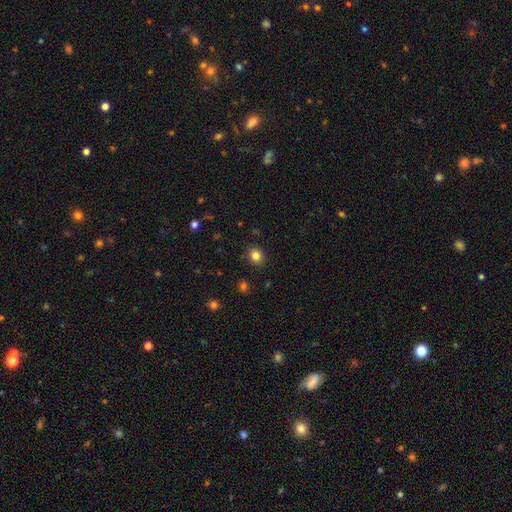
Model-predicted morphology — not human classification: Smooth or featured?
  - smooth: 82% *
  - star or artifact: 13%
  - featured or disk: 5%
How rounded?
  - round: 75% *
  - in between: 25%
  - cigar-shaped: 1%
Merging?
  - none: 89% *
  - minor disturbance: 7%
  - major disturbance: 2%
  - merger: 1%